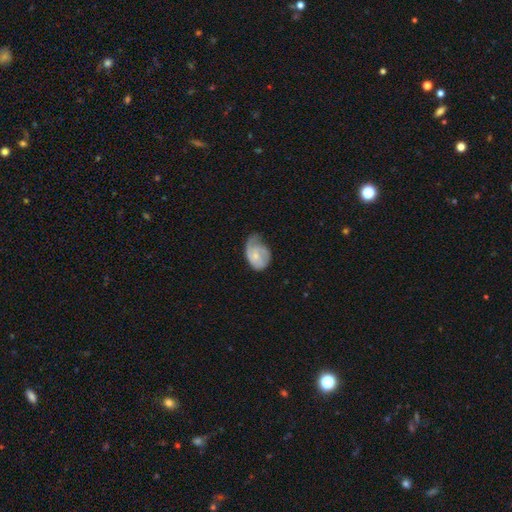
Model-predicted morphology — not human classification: Overall: featured or disk (59%; smooth 36%). Edge-on disk: no (97%). Bar: no (69%). Spiral arms: yes (83%). Bulge size: small (60%; moderate 31%). Merging: minor disturbance (38%; none 33%).